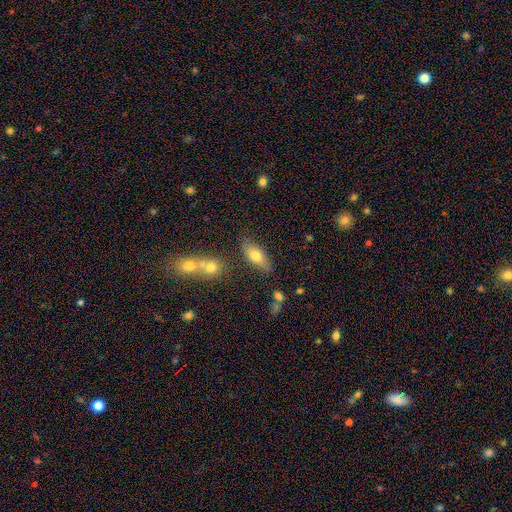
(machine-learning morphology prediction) A smooth galaxy with no disk features (72%) that is in between round and cigar-shaped (82%).

Vote fractions:
- Smooth or featured? smooth: 72% / featured or disk: 20% / star or artifact: 8%
- How rounded? in between: 82% / cigar-shaped: 14% / round: 4%
- Merging? none: 75% / minor disturbance: 14% / merger: 7% / major disturbance: 4%